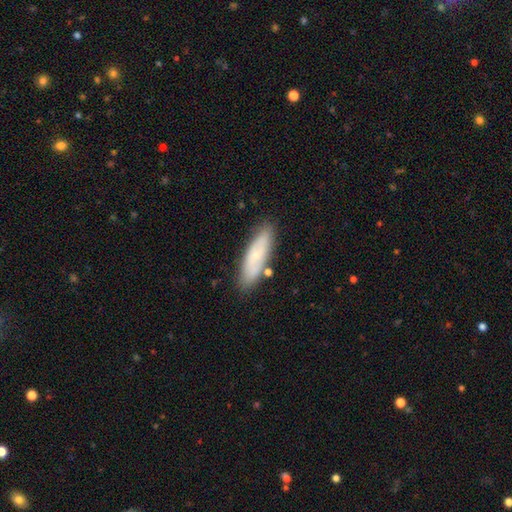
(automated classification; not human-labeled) Smooth or featured: smooth — 59% (featured or disk — 34%)
How rounded: cigar-shaped — 56% (in between — 42%)
Merging: none — 82% (minor disturbance — 12%)